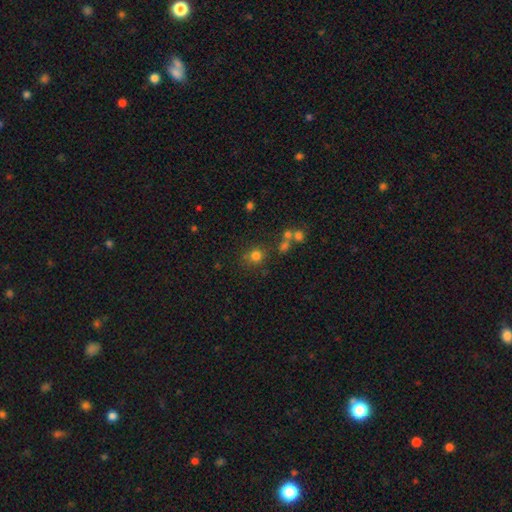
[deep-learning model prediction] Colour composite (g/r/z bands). It shows a smooth galaxy with no disk features (77%) that is round (84%). Merging: none (73%).